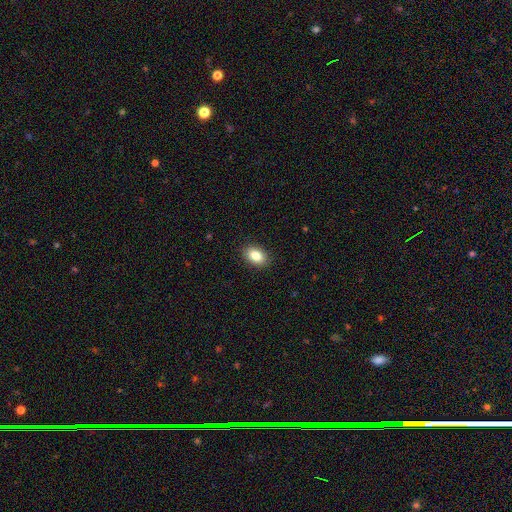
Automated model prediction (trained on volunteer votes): A smooth galaxy with no disk features (84%) that is in between round and cigar-shaped (87%). Merging: none (89%).